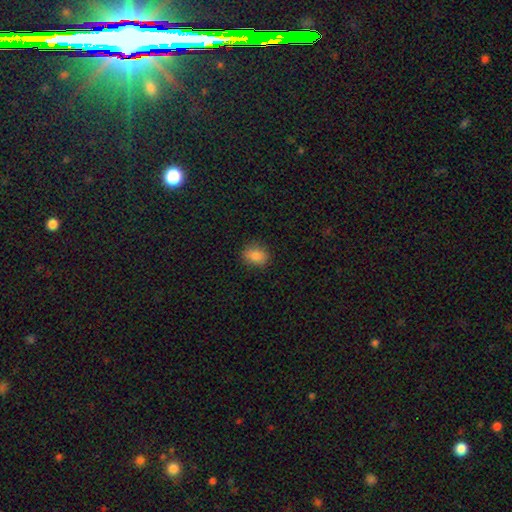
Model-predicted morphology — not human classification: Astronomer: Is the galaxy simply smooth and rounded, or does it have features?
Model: smooth — 84%.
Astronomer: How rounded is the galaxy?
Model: in between — 62%.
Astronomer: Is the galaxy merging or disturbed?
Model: none — 85%.